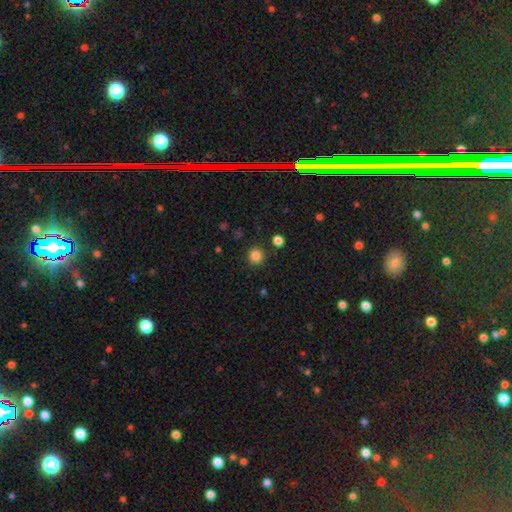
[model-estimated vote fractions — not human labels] This appears to be a smooth galaxy with no disk features (85%) that is round (93%). Merging: none (88%).